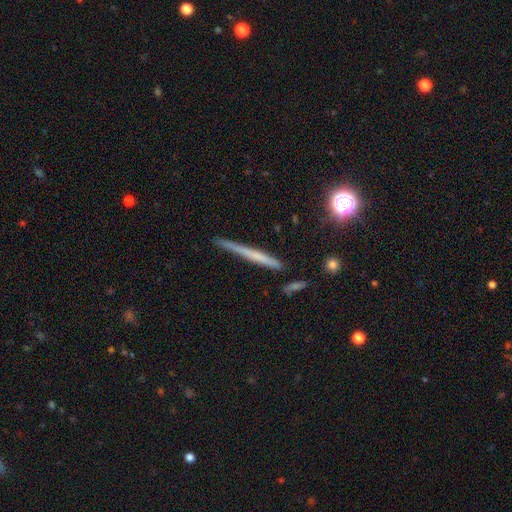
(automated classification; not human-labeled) smooth_or_featured: featured or disk (p=0.47) [alt: smooth p=0.43]
merging: none (p=0.80) [alt: minor disturbance p=0.14]